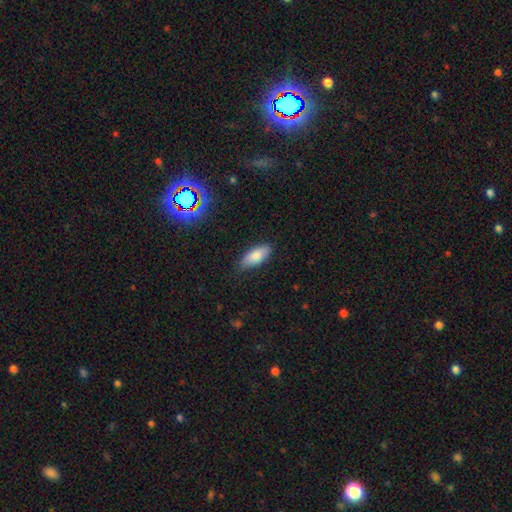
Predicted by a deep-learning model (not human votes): The model was most divided on "merging": none: 79%, minor disturbance: 17%, major disturbance: 3%, merger: 1%. More confident: how rounded — in between (83%); smooth or featured — smooth (82%).